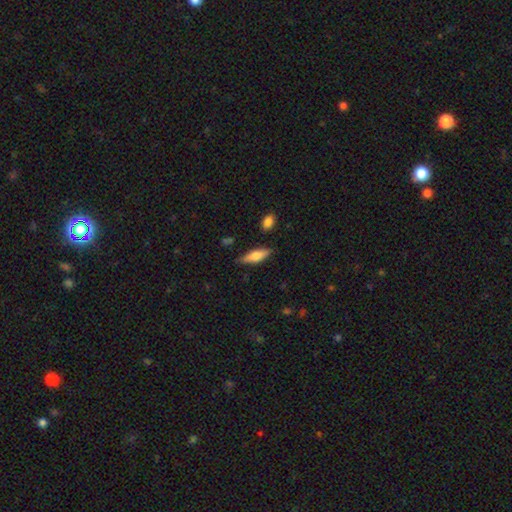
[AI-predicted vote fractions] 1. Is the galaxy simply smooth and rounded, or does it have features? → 63% smooth, 30% featured or disk, 6% star or artifact.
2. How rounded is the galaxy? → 51% in between, 47% cigar-shaped, 2% round.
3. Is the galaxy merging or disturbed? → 81% none, 13% minor disturbance, 3% major disturbance, 2% merger.